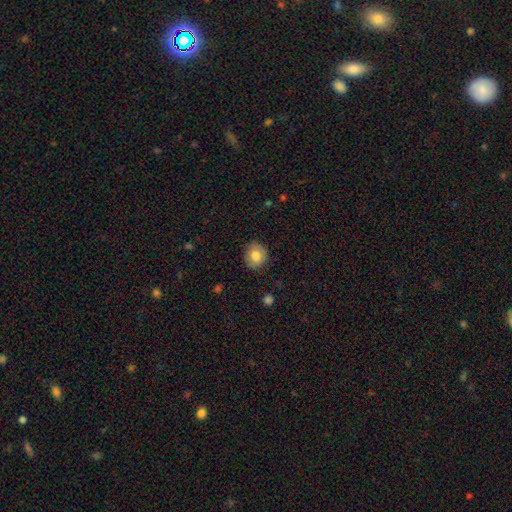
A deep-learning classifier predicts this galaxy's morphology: The model was most divided on "how rounded": round: 80%, in between: 19%, cigar-shaped: 1%. More confident: merging — none (84%); smooth or featured — smooth (81%).